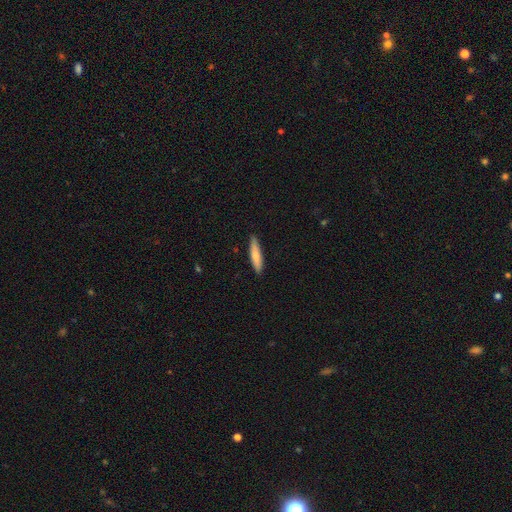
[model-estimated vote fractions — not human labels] This appears to be a smooth galaxy with no disk features (71%) that is cigar-shaped (86%). Merging: none (89%).